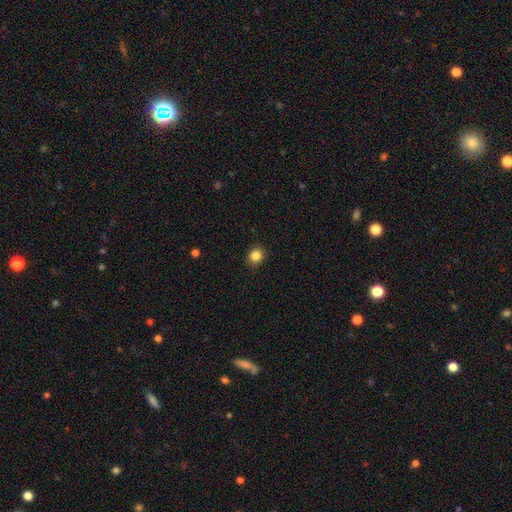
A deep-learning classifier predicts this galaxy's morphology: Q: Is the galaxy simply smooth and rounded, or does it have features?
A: smooth — 84%.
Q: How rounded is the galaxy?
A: round — 78%.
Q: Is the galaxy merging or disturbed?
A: none — 89%.